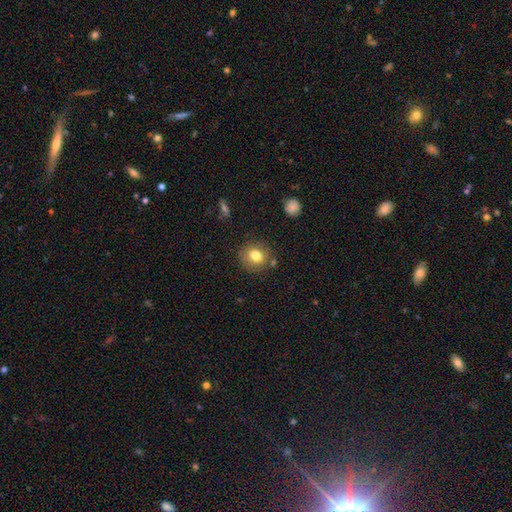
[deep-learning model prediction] smooth_or_featured: smooth (p=0.78) [alt: featured or disk p=0.11]
how_rounded: round (p=0.77) [alt: in between p=0.22]
merging: none (p=0.81) [alt: minor disturbance p=0.11]